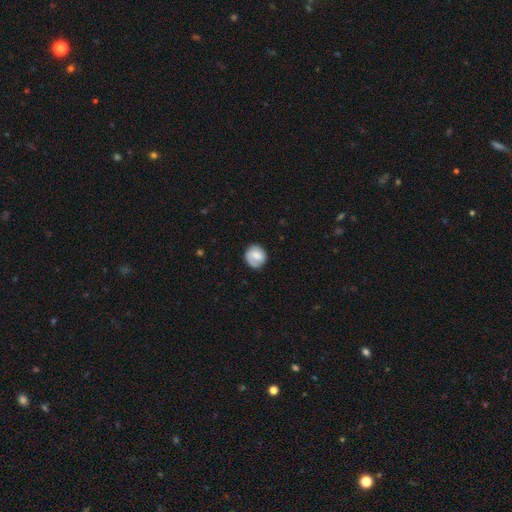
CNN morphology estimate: This appears to be a smooth galaxy with no disk features (67%) that is round (86%). Merging: none (76%).